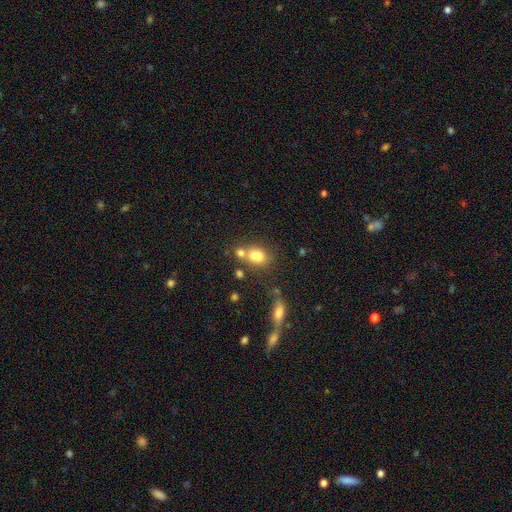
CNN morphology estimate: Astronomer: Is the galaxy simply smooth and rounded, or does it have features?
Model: smooth — 73%.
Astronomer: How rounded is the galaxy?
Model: in between — 56% (runner-up: round, 42%).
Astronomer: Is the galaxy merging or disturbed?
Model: merger — 48% (runner-up: none, 36%).